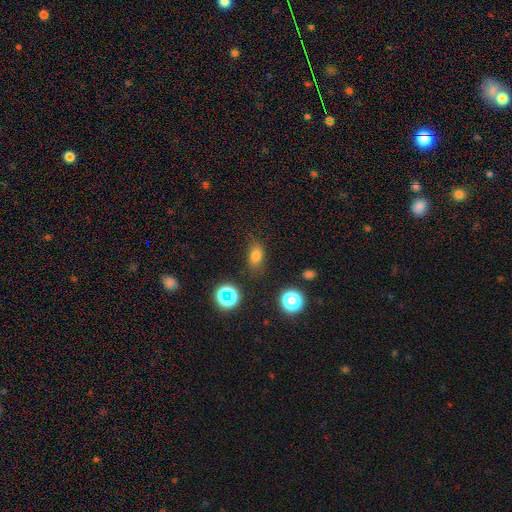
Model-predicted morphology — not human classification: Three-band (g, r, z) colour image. It shows a smooth galaxy with no disk features (76%) that is in between round and cigar-shaped (76%). Merging: none (79%).